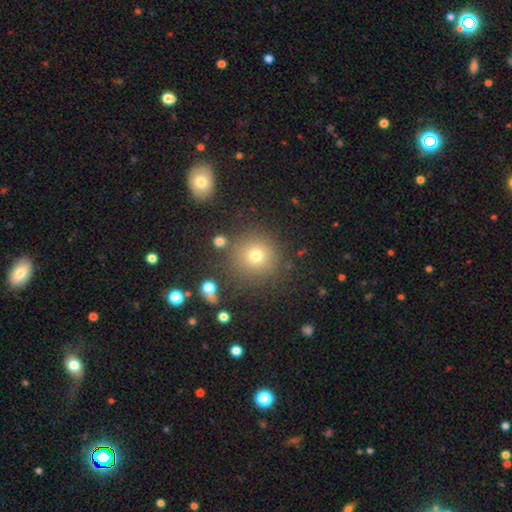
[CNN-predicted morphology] Smooth or featured? Predicted: smooth (p=0.74). How rounded? Predicted: round (p=0.94). Merging? Predicted: none (p=0.83).